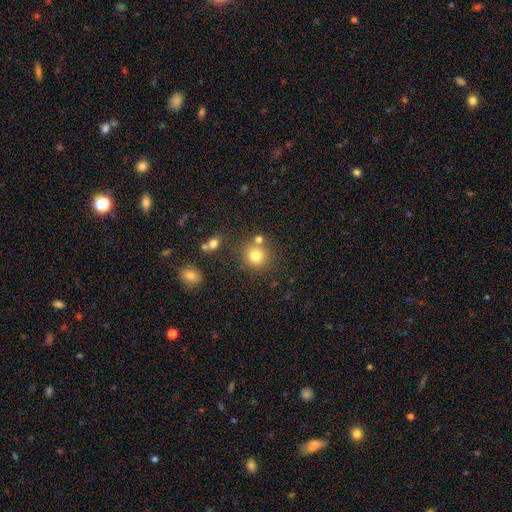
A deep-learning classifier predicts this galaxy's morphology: Smooth or featured: smooth — 77% (star or artifact — 14%)
How rounded: round — 90% (in between — 9%)
Merging: none — 73% (merger — 14%)